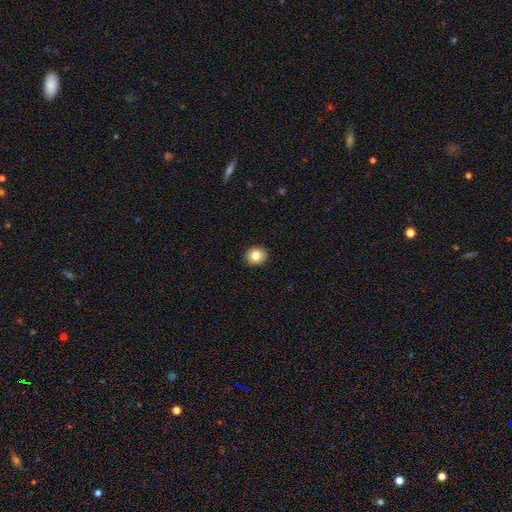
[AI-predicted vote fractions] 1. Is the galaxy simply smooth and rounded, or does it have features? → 82% smooth, 9% star or artifact, 9% featured or disk.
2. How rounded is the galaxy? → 78% round, 21% in between, 1% cigar-shaped.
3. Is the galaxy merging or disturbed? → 92% none, 6% minor disturbance, 1% major disturbance, 1% merger.